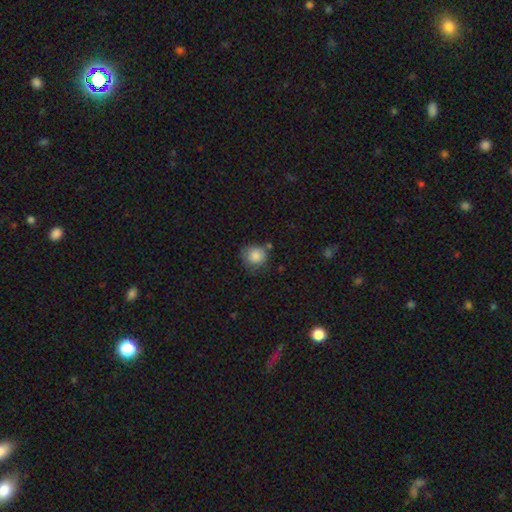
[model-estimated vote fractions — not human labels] This appears to be a smooth galaxy with no disk features (84%) that is round (84%). Merging: none (63%).